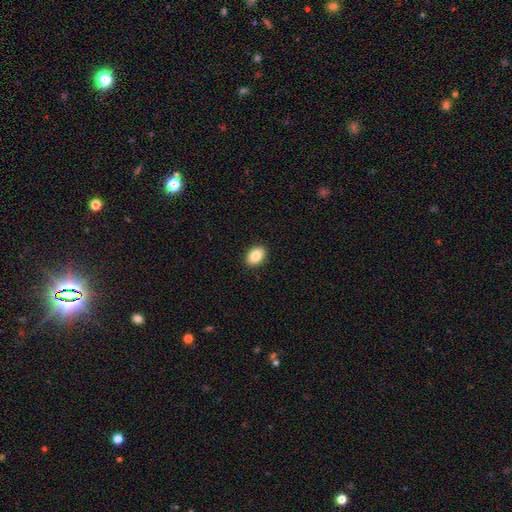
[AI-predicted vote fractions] The model was most divided on "how rounded": in between: 80%, round: 19%, cigar-shaped: 1%. More confident: merging — none (91%); smooth or featured — smooth (85%).